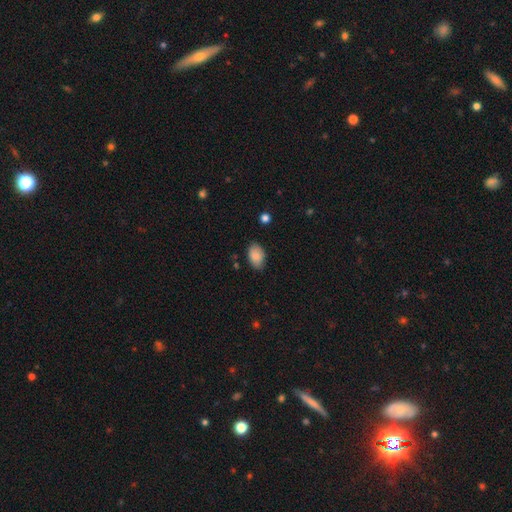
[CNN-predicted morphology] Q: Smooth or featured?
A: smooth (85%); runner-up: featured or disk (8%)
Q: How rounded?
A: in between (91%); runner-up: round (8%)
Q: Merging?
A: none (81%); runner-up: minor disturbance (15%)